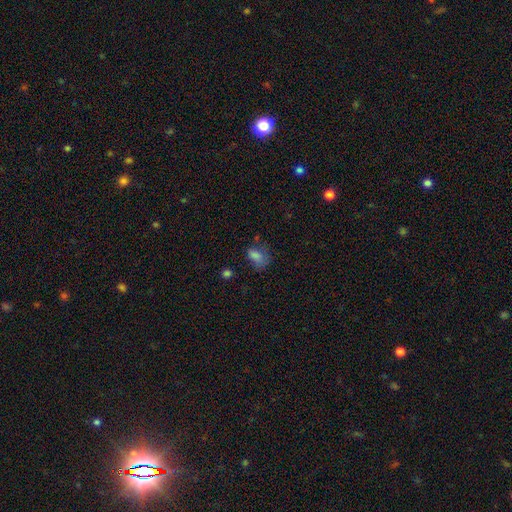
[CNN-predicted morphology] A smooth galaxy with no disk features (76%) that is in between round and cigar-shaped (82%). Merging: none (43%).